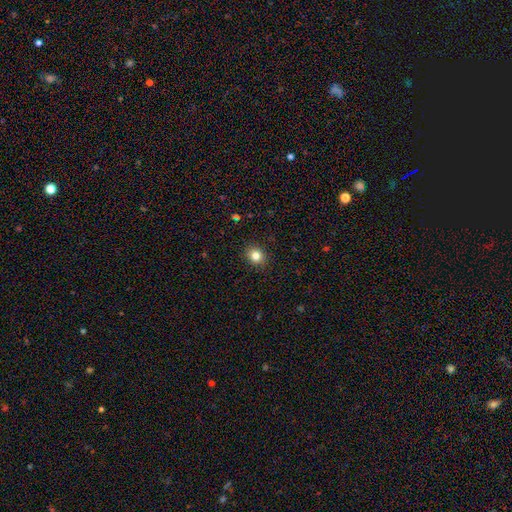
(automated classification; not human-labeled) smooth_or_featured: smooth (p=0.82) [alt: star or artifact p=0.12]
how_rounded: round (p=0.70) [alt: in between p=0.30]
merging: none (p=0.90) [alt: minor disturbance p=0.07]